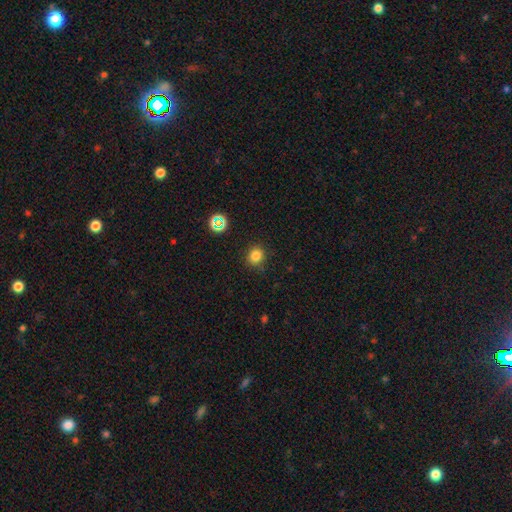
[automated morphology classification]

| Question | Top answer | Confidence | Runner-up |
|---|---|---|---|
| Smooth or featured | smooth | 81% | star or artifact (15%) |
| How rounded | round | 82% | in between (17%) |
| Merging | none | 87% | minor disturbance (9%) |